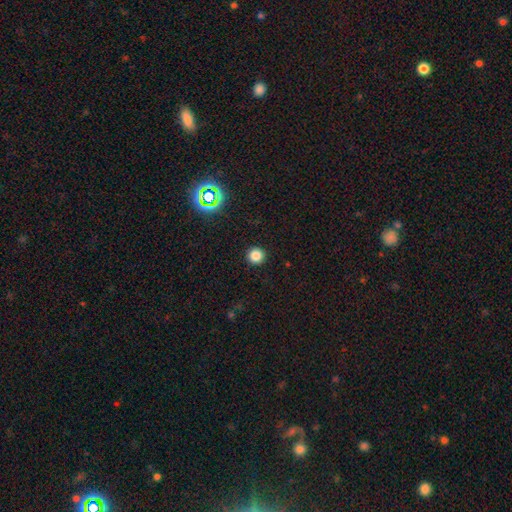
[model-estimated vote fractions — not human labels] The model was most divided on "smooth or featured": smooth: 83%, star or artifact: 14%, featured or disk: 4%. More confident: how rounded — round (95%); merging — none (93%).